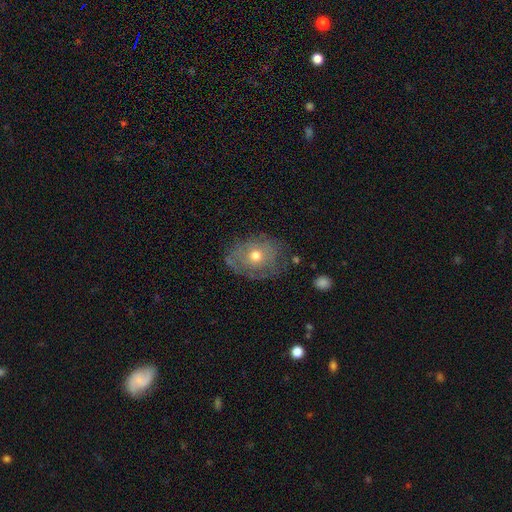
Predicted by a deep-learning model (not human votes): Smooth or featured?
  - smooth: 46% *
  - featured or disk: 45%
  - star or artifact: 9%
Merging?
  - none: 63% *
  - minor disturbance: 24%
  - major disturbance: 11%
  - merger: 2%